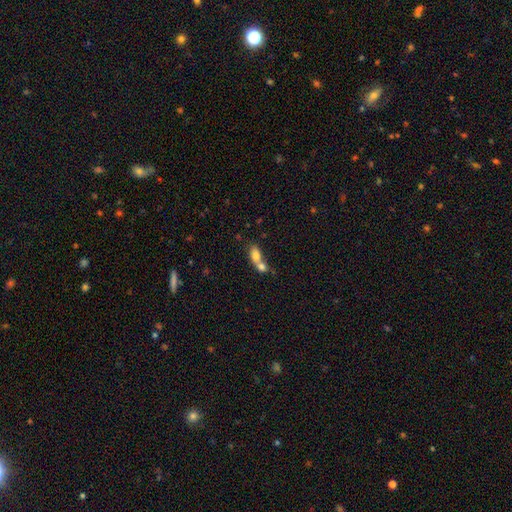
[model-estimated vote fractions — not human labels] Smooth or featured? smooth (76%)
How rounded? in between (79%)
Merging? merger (71%)